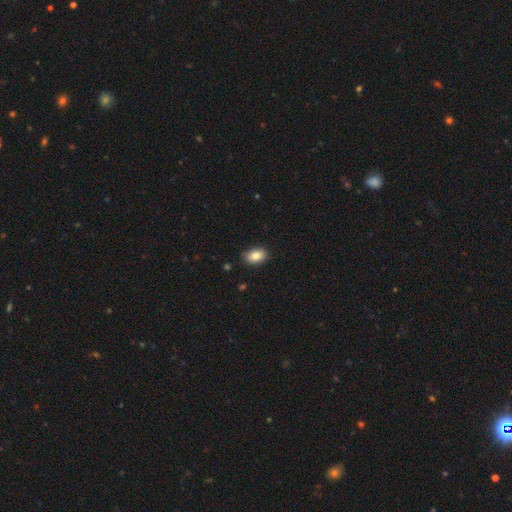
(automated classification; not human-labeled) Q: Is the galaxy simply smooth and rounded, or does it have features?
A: smooth — 84%.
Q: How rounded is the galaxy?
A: in between — 87%.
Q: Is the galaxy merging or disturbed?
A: none — 85%.